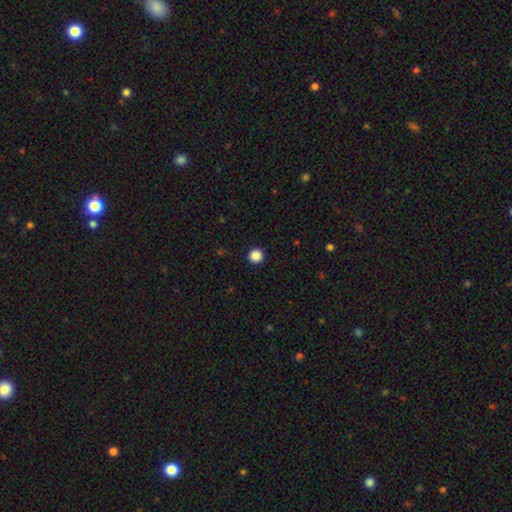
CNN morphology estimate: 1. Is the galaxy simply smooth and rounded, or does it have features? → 88% smooth, 10% star or artifact, 2% featured or disk.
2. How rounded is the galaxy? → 96% round, 3% in between, 1% cigar-shaped.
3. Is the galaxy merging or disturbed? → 94% none, 4% minor disturbance, 1% major disturbance, 1% merger.